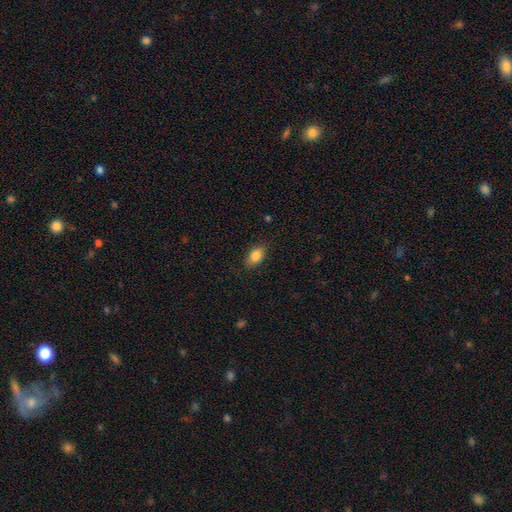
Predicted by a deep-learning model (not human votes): Q: Smooth or featured?
A: smooth (85%); runner-up: star or artifact (8%)
Q: How rounded?
A: in between (86%); runner-up: round (11%)
Q: Merging?
A: none (84%); runner-up: minor disturbance (12%)